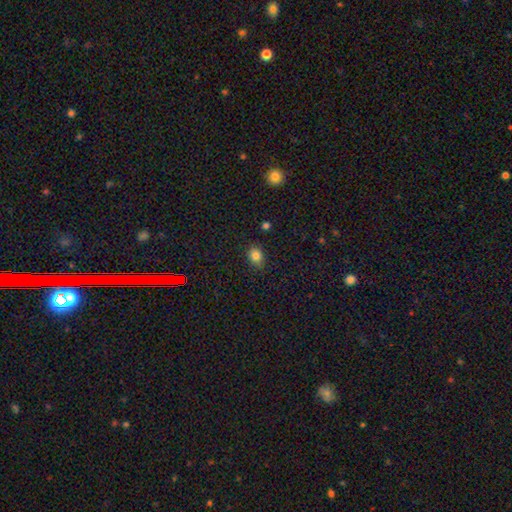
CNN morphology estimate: The model was most divided on "how rounded": in between: 52%, round: 47%, cigar-shaped: 1%. More confident: merging — none (84%); smooth or featured — smooth (82%).